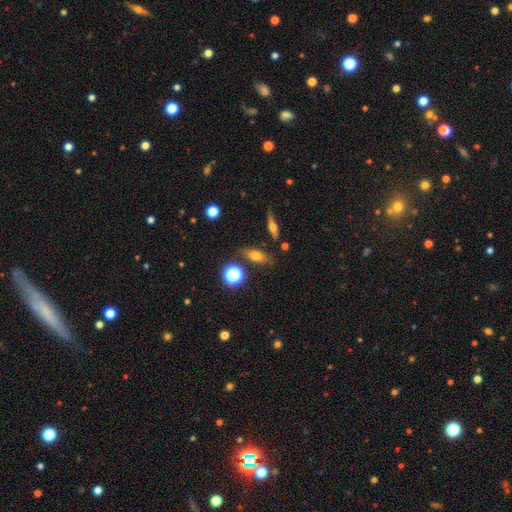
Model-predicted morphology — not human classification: smooth_or_featured: smooth (p=0.66) [alt: featured or disk p=0.20]
how_rounded: in between (p=0.68) [alt: cigar-shaped p=0.18]
merging: none (p=0.79) [alt: minor disturbance p=0.12]